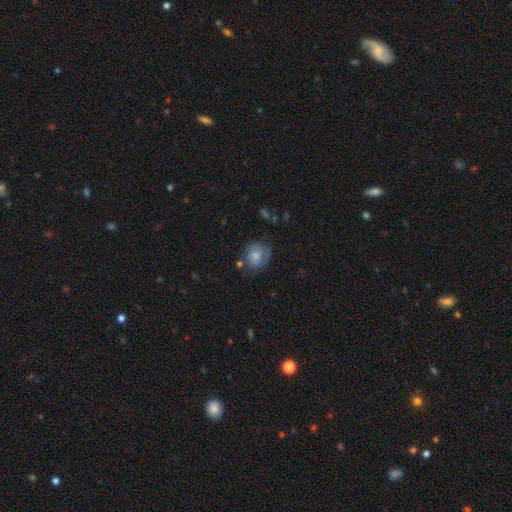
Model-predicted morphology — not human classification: Smooth or featured?
  - smooth: 65% *
  - featured or disk: 26%
  - star or artifact: 9%
How rounded?
  - round: 69% *
  - in between: 30%
  - cigar-shaped: 1%
Merging?
  - none: 55% *
  - minor disturbance: 27%
  - major disturbance: 12%
  - merger: 5%